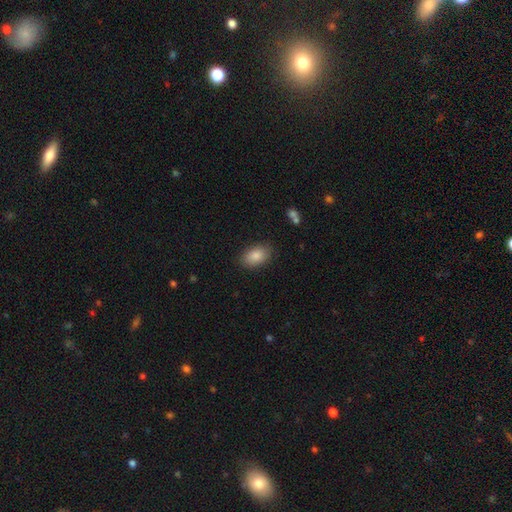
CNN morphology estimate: smooth-or-featured: smooth: 87% | star or artifact: 7% | featured or disk: 6%
  how-rounded: in between: 90% | round: 8% | cigar-shaped: 2%
  merging: none: 85% | minor disturbance: 11% | major disturbance: 3% | merger: 1%